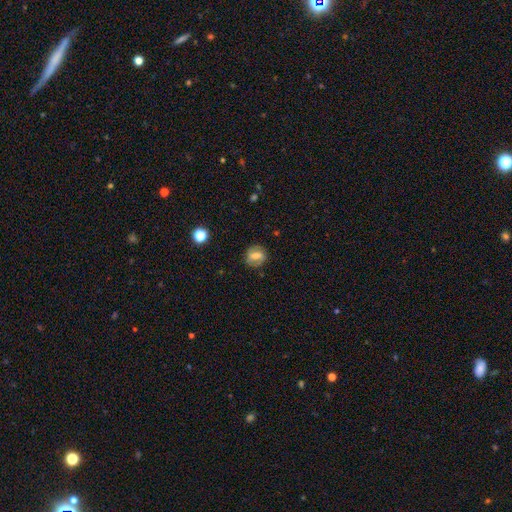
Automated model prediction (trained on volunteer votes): A smooth galaxy with no disk features (56%) that is round (73%). Merging: none (80%).